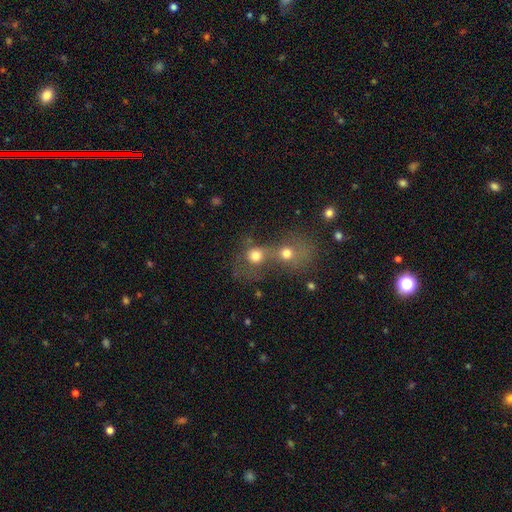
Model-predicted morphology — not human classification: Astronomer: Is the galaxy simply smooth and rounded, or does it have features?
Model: smooth — 73%.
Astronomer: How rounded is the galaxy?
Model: round — 79%.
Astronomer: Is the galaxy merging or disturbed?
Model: merger — 62%.